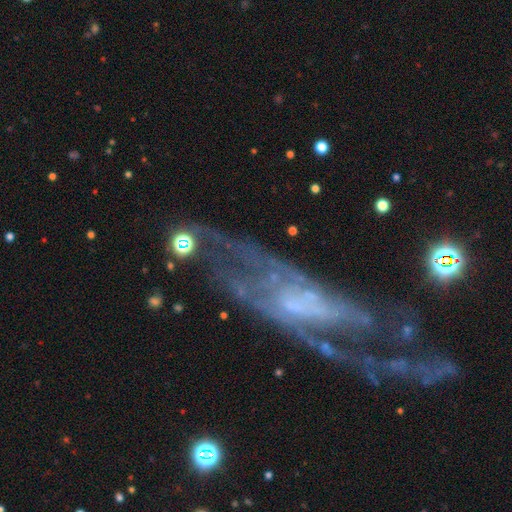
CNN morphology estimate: A featured or disk galaxy (79%) with no bar (53%), 2 (42%) medium (41%) spiral arms (84%) and a small central bulge (49%).

Vote fractions:
- Smooth or featured? featured or disk: 79% / star or artifact: 10% / smooth: 10%
- Edge-on disk? no: 82% / yes: 18%
- Bar? no: 53% / weak: 33% / strong: 14%
- Spiral arms? yes: 84% / no: 16%
- Spiral winding? medium: 41% / loose: 31% / tight: 28%
- Spiral arm count? 2: 42% / can't tell: 33% / 1: 8% / 3: 8% / 4: 5% / more than 4: 4%
- Bulge size? small: 49% / none: 32% / moderate: 14% / large: 3% / dominant: 2%
- Merging? none: 50% / major disturbance: 26% / minor disturbance: 19% / merger: 6%